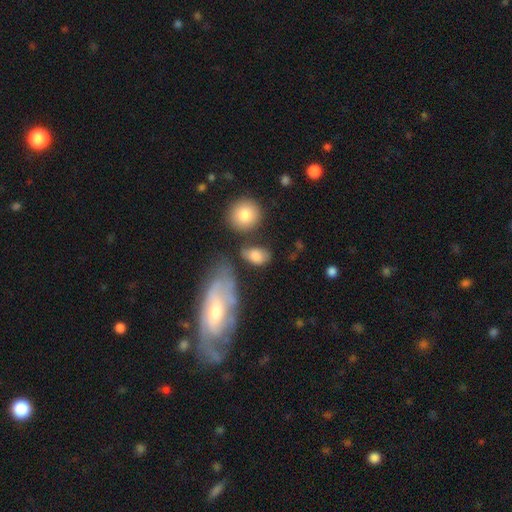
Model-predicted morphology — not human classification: Q: Smooth or featured?
A: smooth (77%); runner-up: featured or disk (15%)
Q: How rounded?
A: in between (86%); runner-up: round (12%)
Q: Merging?
A: none (54%); runner-up: minor disturbance (22%)